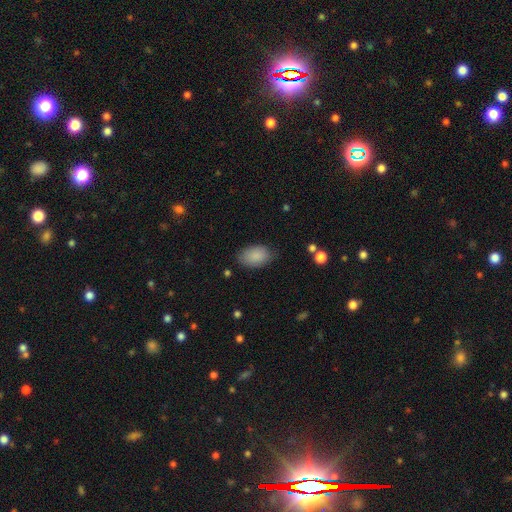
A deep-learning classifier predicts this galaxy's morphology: smooth-or-featured: smooth: 88% | star or artifact: 7% | featured or disk: 5%
  how-rounded: in between: 91% | round: 8% | cigar-shaped: 1%
  merging: none: 79% | minor disturbance: 16% | major disturbance: 4% | merger: 1%